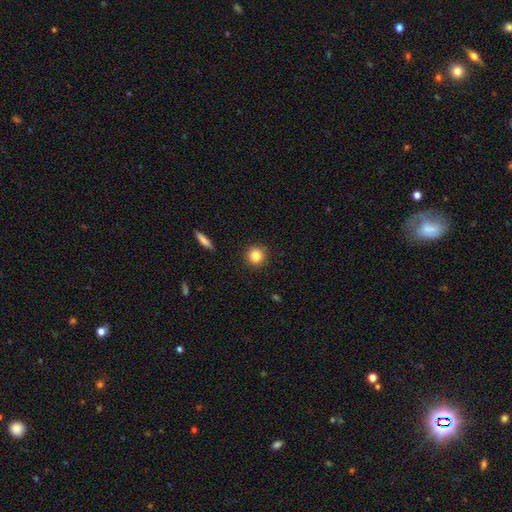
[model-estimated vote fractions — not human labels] Smooth or featured?
  - smooth: 83% *
  - star or artifact: 10%
  - featured or disk: 6%
How rounded?
  - round: 92% *
  - in between: 7%
  - cigar-shaped: 1%
Merging?
  - none: 91% *
  - minor disturbance: 6%
  - major disturbance: 2%
  - merger: 1%